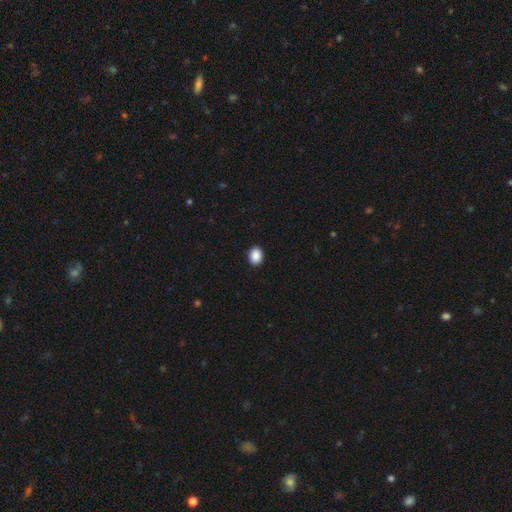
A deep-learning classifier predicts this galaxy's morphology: smooth 90%, star or artifact 8%, featured or disk 2%. Down the decision tree: how rounded — in between (55%); merging — none (91%).